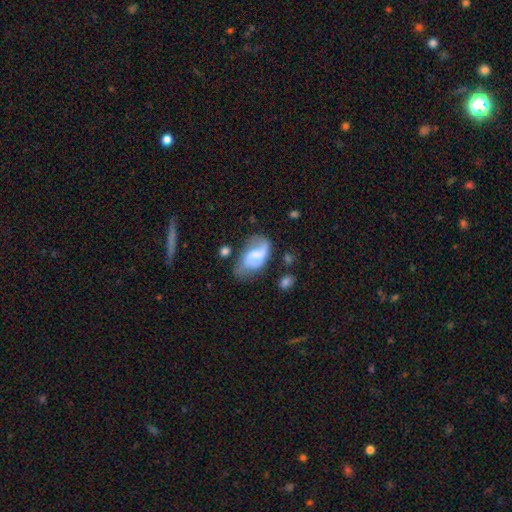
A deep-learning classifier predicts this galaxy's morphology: Smooth or featured: featured or disk — 54% (smooth — 39%)
Edge-on disk: no — 96% (yes — 4%)
Bar: weak — 46% (no — 38%)
Spiral arms: yes — 80% (no — 20%)
Bulge size: small — 32% (moderate — 30%)
Merging: none — 41% (minor disturbance — 32%)